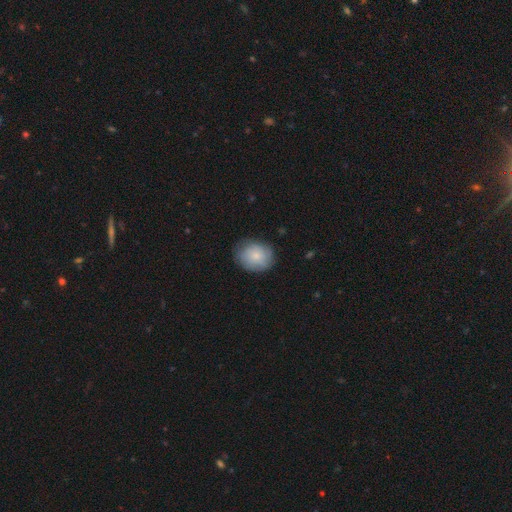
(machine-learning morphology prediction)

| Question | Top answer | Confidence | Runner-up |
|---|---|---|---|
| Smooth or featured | smooth | 76% | featured or disk (17%) |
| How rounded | round | 60% | in between (39%) |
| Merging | none | 76% | minor disturbance (18%) |